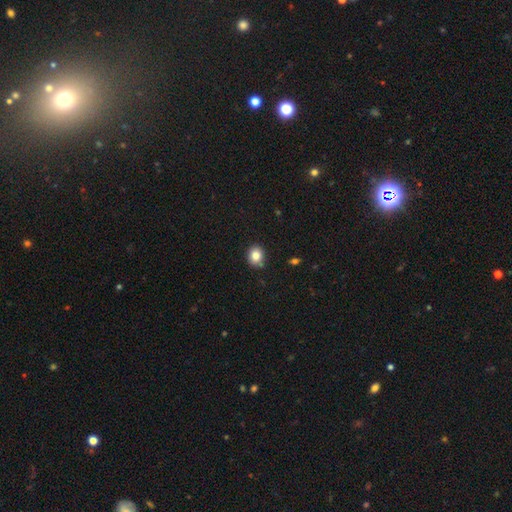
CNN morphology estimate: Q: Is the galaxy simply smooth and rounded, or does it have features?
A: smooth — 83%.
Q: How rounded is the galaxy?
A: round — 67%.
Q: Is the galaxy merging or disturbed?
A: none — 84%.